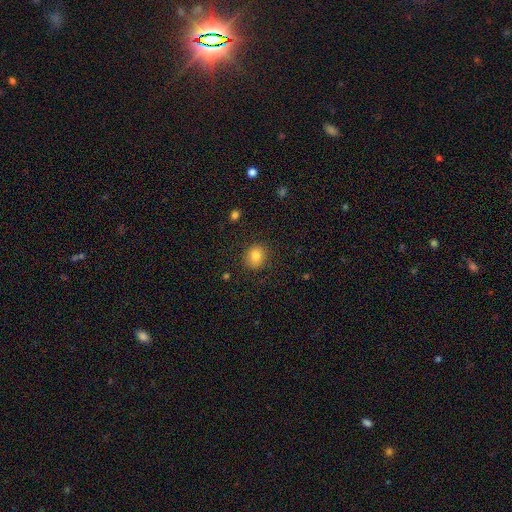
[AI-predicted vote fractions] smooth 82%, star or artifact 10%, featured or disk 8%. Down the decision tree: how rounded — round (71%); merging — none (86%).